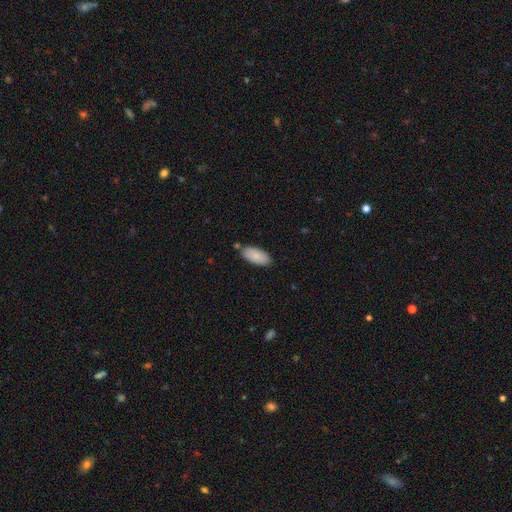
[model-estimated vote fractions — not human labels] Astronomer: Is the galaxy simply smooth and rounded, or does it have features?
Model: smooth — 86%.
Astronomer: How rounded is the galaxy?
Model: in between — 92%.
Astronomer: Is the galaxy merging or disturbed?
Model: none — 82%.